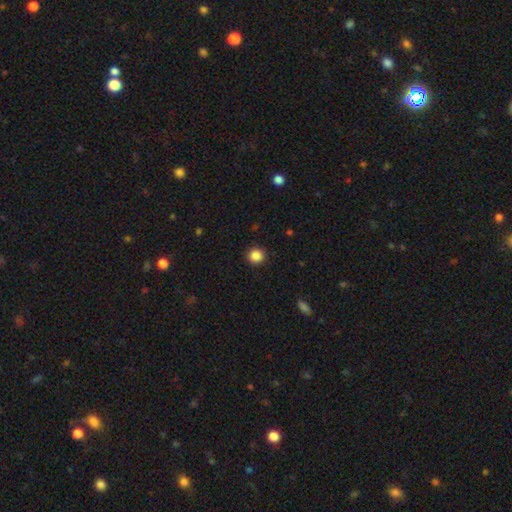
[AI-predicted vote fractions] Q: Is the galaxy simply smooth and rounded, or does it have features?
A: smooth — 86%.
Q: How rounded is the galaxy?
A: round — 92%.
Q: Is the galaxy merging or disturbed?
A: none — 92%.